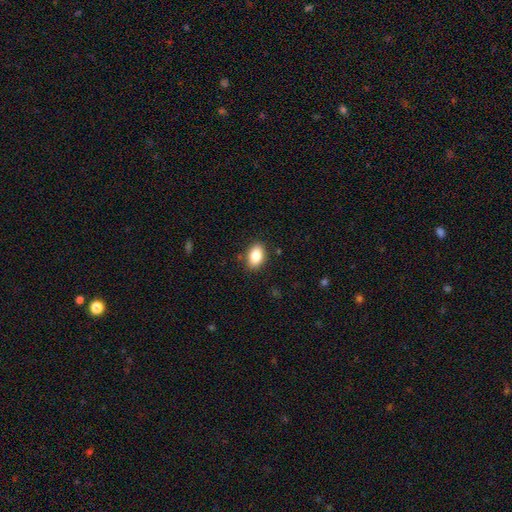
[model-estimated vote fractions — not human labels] This appears to be a smooth galaxy with no disk features (85%) that is in between round and cigar-shaped (88%). Merging: none (87%).